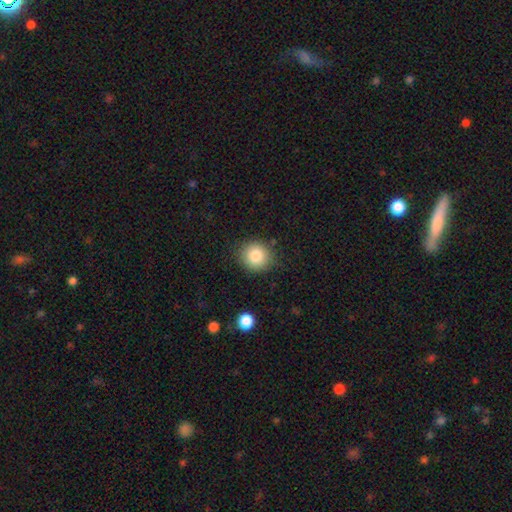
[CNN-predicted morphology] The model was most divided on "smooth or featured": smooth: 83%, star or artifact: 10%, featured or disk: 7%. More confident: how rounded — round (89%); merging — none (86%).